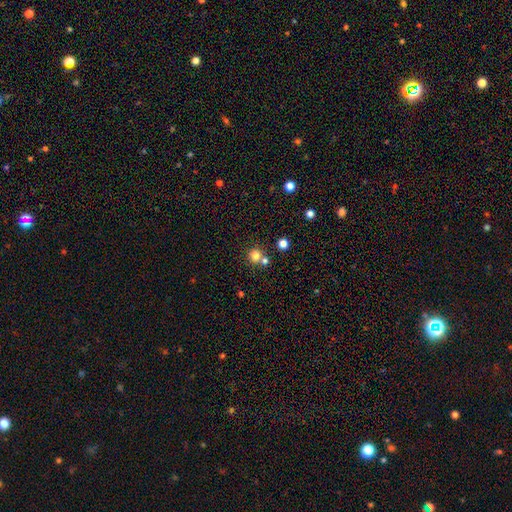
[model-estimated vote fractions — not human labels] Smooth or featured? smooth (78%)
How rounded? round (92%)
Merging? none (64%)